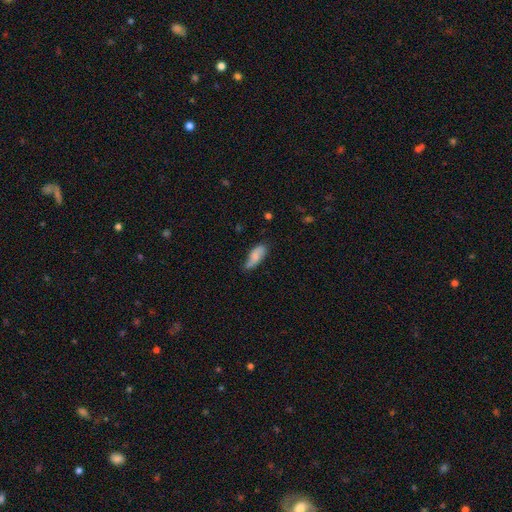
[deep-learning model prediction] Morphology: type=smooth (70%); roundness=in between (76%); merging=none (57%).